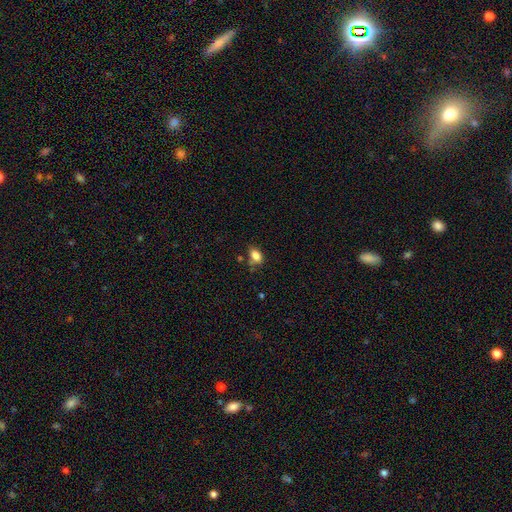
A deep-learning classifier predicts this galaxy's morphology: smooth 83%, star or artifact 10%, featured or disk 7%. Down the decision tree: how rounded — in between (84%); merging — none (62%).